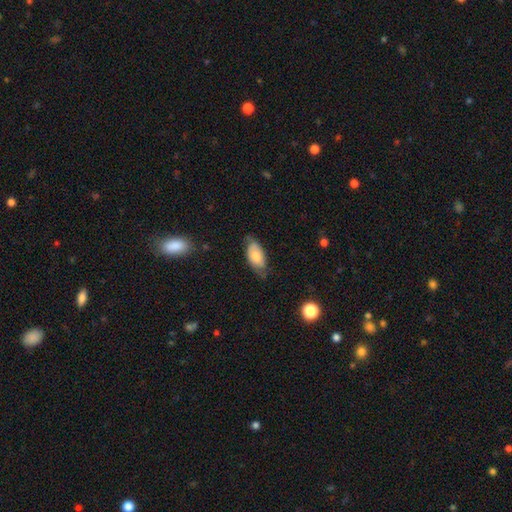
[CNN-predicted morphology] Overall: smooth (69%). How rounded: in between (92%). Merging: none (63%; minor disturbance 29%).